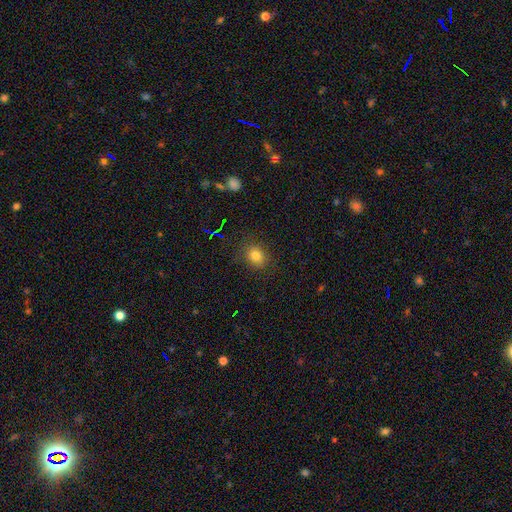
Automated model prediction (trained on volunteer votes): The model was most divided on "how rounded": round: 59%, in between: 40%, cigar-shaped: 1%. More confident: merging — none (85%); smooth or featured — smooth (78%).